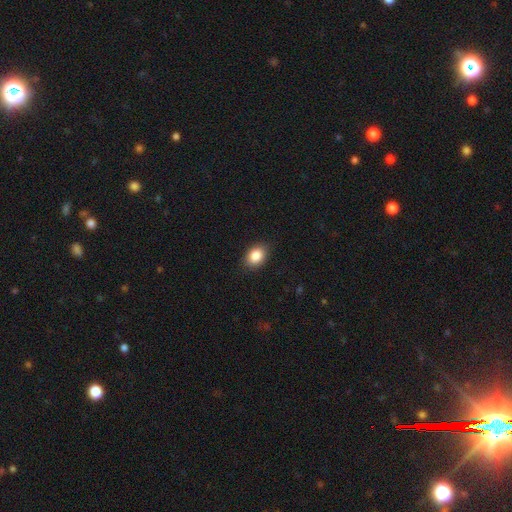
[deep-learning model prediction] The model was most divided on "how rounded": in between: 76%, round: 23%, cigar-shaped: 1%. More confident: smooth or featured — smooth (87%); merging — none (86%).